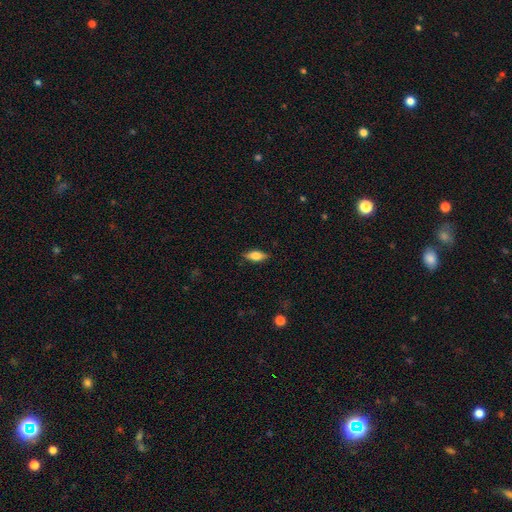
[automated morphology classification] type=smooth (70%); roundness=in between (76%); merging=none (86%).